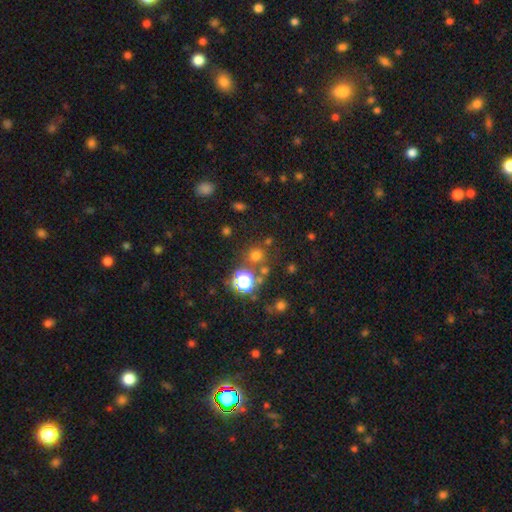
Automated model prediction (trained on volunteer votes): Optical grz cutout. It shows a smooth galaxy with no disk features (63%) that is round (91%). Merging: none (75%).